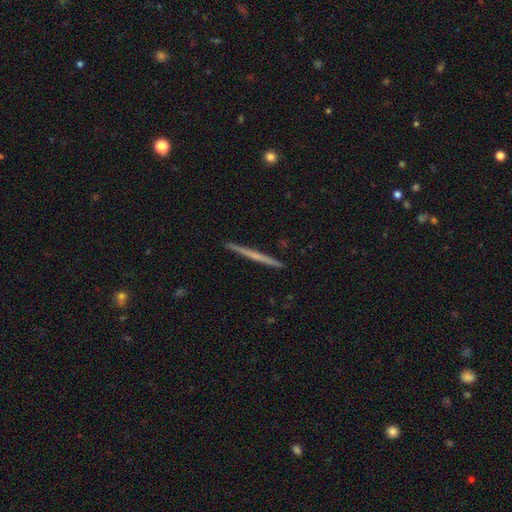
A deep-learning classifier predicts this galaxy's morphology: Smooth or featured: featured or disk — 56% (smooth — 38%)
Edge-on disk: yes — 98% (no — 2%)
Edge-on bulge: none — 84% (rounded — 12%)
Merging: none — 92% (minor disturbance — 5%)